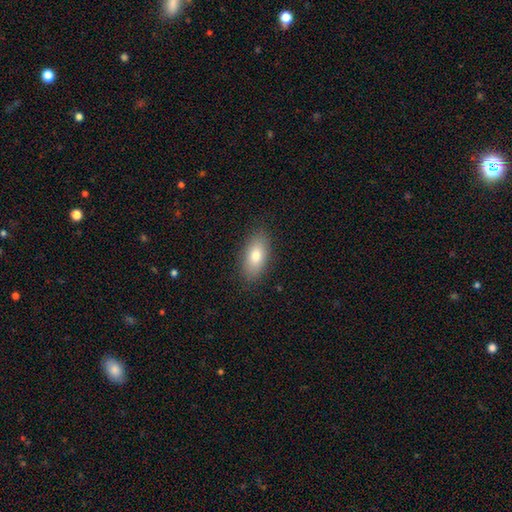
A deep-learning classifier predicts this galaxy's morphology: Smooth or featured?
  - smooth: 78% *
  - featured or disk: 14%
  - star or artifact: 8%
How rounded?
  - in between: 88% *
  - cigar-shaped: 8%
  - round: 4%
Merging?
  - none: 87% *
  - minor disturbance: 9%
  - major disturbance: 2%
  - merger: 1%